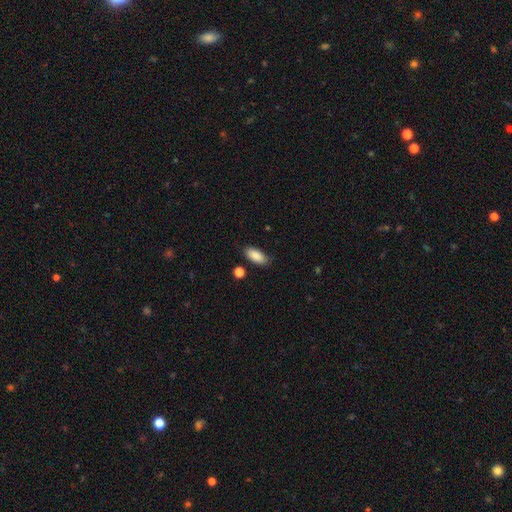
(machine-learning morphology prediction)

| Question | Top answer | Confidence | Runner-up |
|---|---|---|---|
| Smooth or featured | smooth | 88% | star or artifact (7%) |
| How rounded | in between | 84% | cigar-shaped (13%) |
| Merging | none | 83% | minor disturbance (12%) |